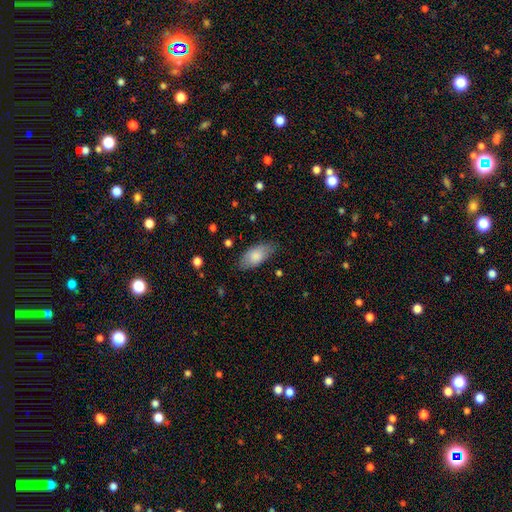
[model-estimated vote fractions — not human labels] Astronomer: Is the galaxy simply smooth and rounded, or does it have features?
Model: smooth — 82%.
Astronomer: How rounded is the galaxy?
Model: in between — 91%.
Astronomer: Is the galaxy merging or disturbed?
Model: none — 74%.